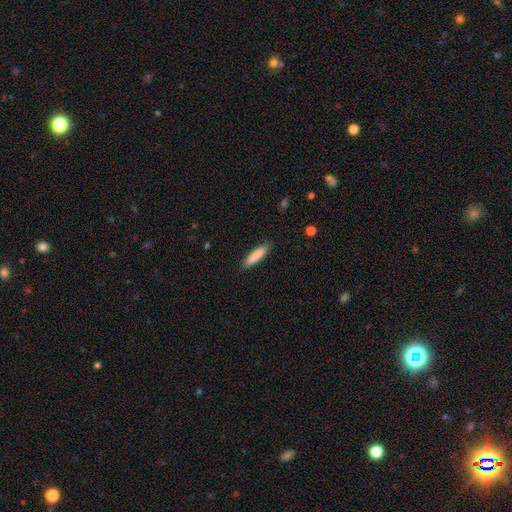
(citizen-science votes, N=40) smooth_or_featured: smooth (p=0.95) [alt: featured or disk p=0.03]
how_rounded: cigar-shaped (p=0.84) [alt: in between p=0.16]
merging: none (p=0.95) [alt: minor disturbance p=0.05]